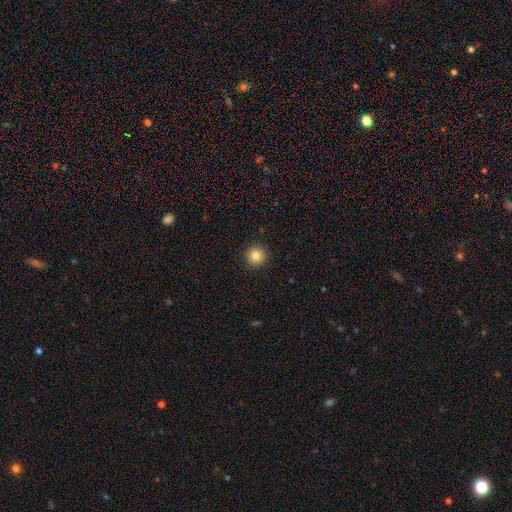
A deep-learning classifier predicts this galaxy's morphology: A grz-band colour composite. It shows a smooth galaxy with no disk features (83%) that is round (95%). Merging: none (92%).